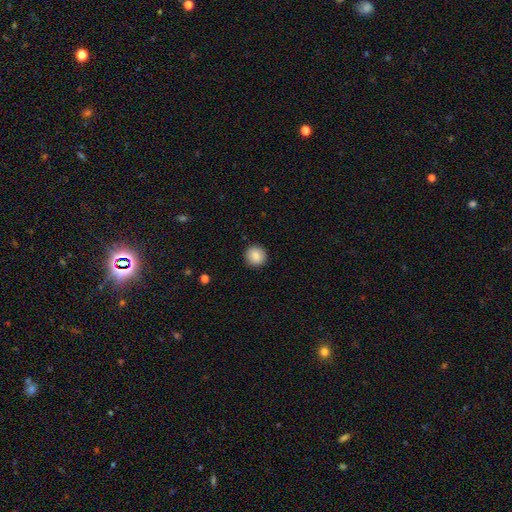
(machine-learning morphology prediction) Overall: smooth (86%). How rounded: round (95%). Merging: none (92%).